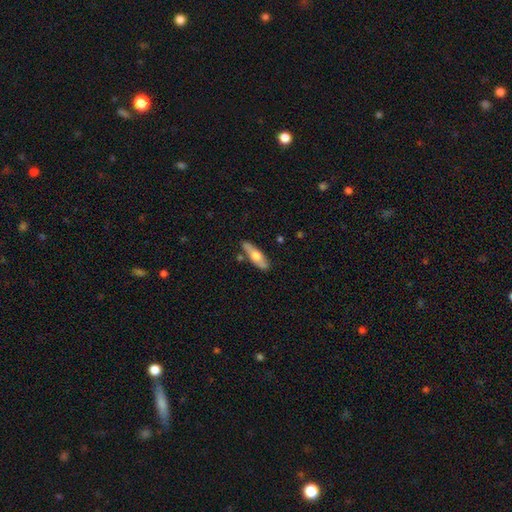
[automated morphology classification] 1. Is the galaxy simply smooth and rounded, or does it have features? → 53% smooth, 41% featured or disk, 5% star or artifact.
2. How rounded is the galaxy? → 53% cigar-shaped, 44% in between, 3% round.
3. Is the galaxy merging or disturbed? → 77% none, 15% minor disturbance, 5% merger, 3% major disturbance.